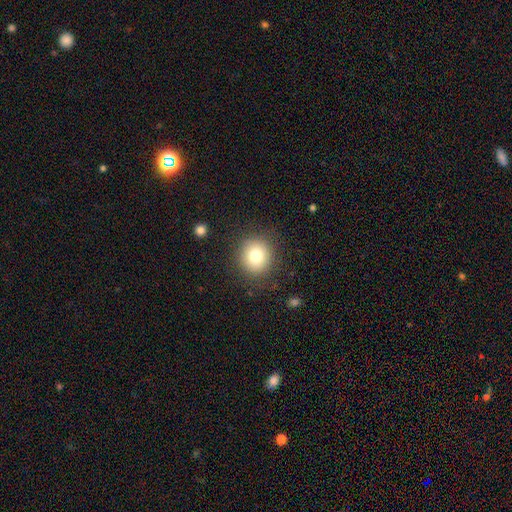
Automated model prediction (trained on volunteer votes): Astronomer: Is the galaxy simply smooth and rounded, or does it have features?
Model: smooth — 79%.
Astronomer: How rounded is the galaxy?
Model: round — 91%.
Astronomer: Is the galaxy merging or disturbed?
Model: none — 87%.